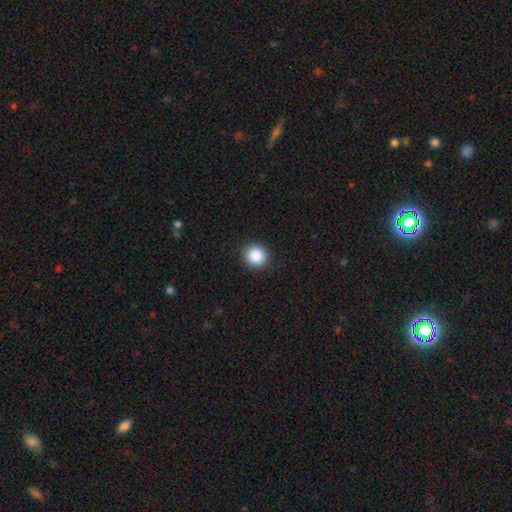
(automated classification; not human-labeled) A smooth galaxy with no disk features (88%) that is round (93%).

Vote fractions:
- Smooth or featured? smooth: 88% / star or artifact: 9% / featured or disk: 3%
- How rounded? round: 93% / in between: 6% / cigar-shaped: 1%
- Merging? none: 91% / minor disturbance: 6% / major disturbance: 2% / merger: 1%